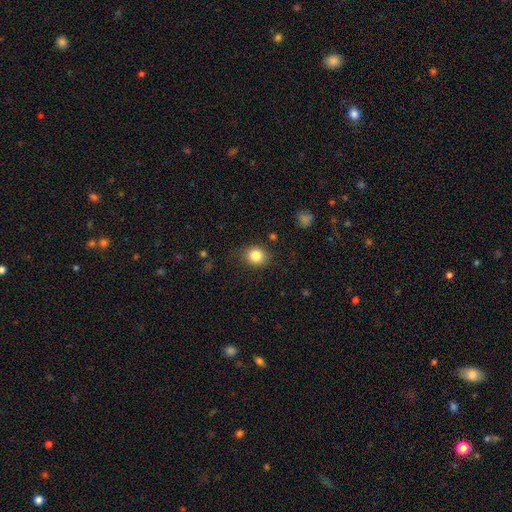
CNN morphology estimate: Smooth or featured?
  - smooth: 84% *
  - star or artifact: 10%
  - featured or disk: 6%
How rounded?
  - round: 68% *
  - in between: 32%
  - cigar-shaped: 1%
Merging?
  - none: 84% *
  - minor disturbance: 12%
  - major disturbance: 3%
  - merger: 1%